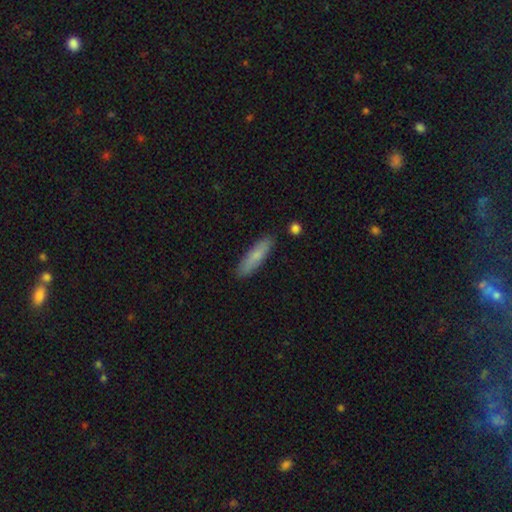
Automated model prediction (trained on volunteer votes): smooth 75%, featured or disk 20%, star or artifact 6%. Down the decision tree: how rounded — cigar-shaped (73%); merging — none (86%).